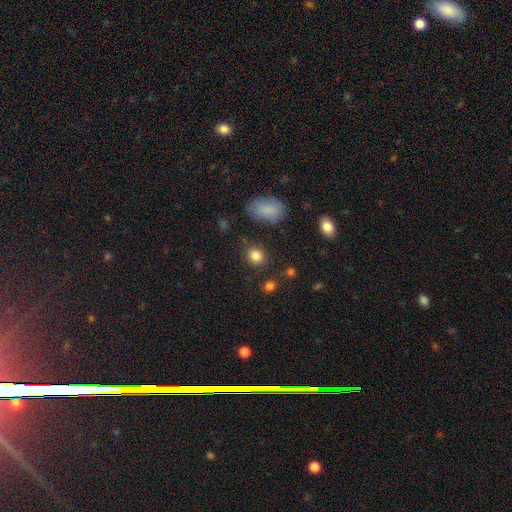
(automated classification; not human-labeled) Smooth or featured? smooth (84%)
How rounded? round (76%)
Merging? none (84%)